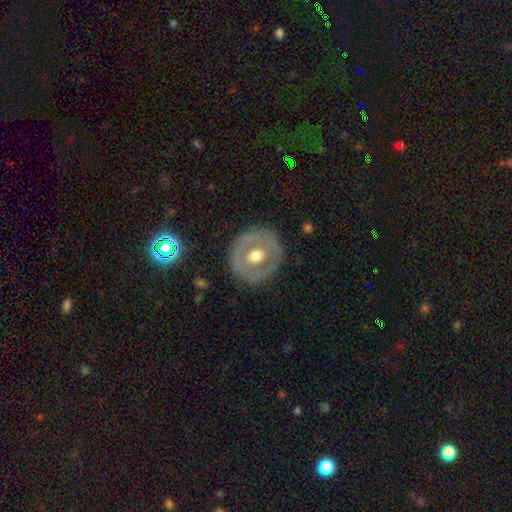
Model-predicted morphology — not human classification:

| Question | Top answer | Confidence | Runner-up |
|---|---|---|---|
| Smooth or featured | featured or disk | 54% | smooth (41%) |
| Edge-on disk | no | 95% | yes (5%) |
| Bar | no | 80% | weak (15%) |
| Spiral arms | no | 88% | yes (12%) |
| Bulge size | moderate | 66% | large (25%) |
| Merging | none | 82% | minor disturbance (12%) |